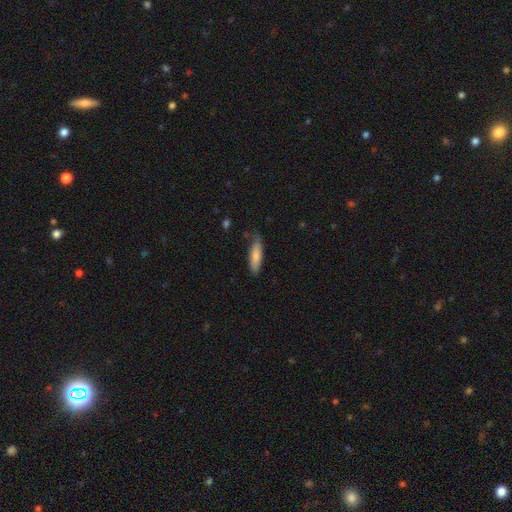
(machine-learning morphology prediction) Overall: smooth (80%). How rounded: cigar-shaped (63%; in between 36%). Merging: none (71%).